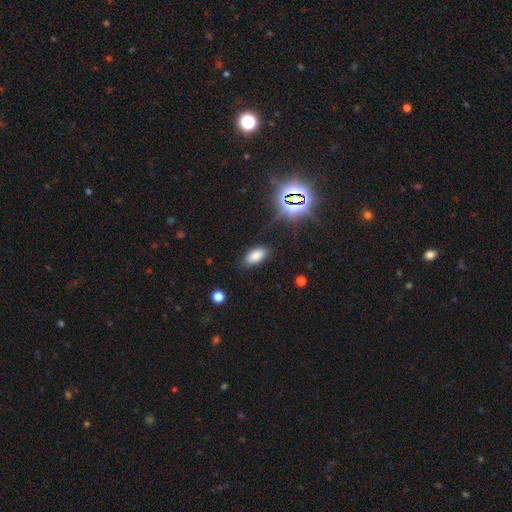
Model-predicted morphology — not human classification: This appears to be a smooth galaxy with no disk features (78%) that is in between round and cigar-shaped (92%). Merging: none (84%).